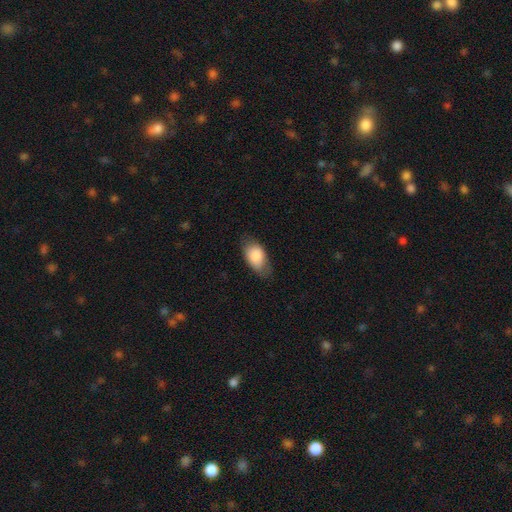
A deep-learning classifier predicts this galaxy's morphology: Q: Smooth or featured?
A: smooth (85%); runner-up: featured or disk (9%)
Q: How rounded?
A: in between (92%); runner-up: round (6%)
Q: Merging?
A: none (70%); runner-up: minor disturbance (23%)